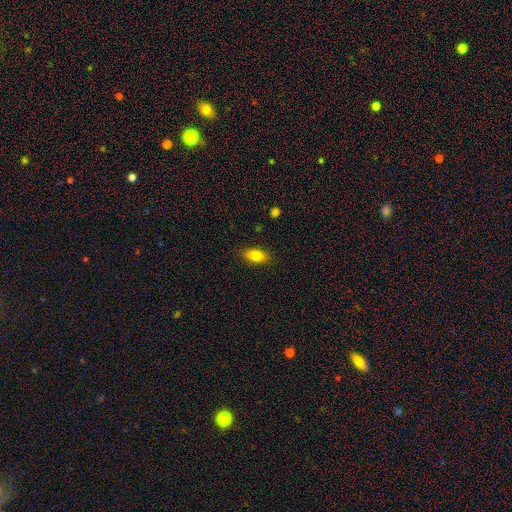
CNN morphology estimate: Smooth or featured? Predicted: smooth (p=0.82). How rounded? Predicted: in between (p=0.87). Merging? Predicted: none (p=0.87).